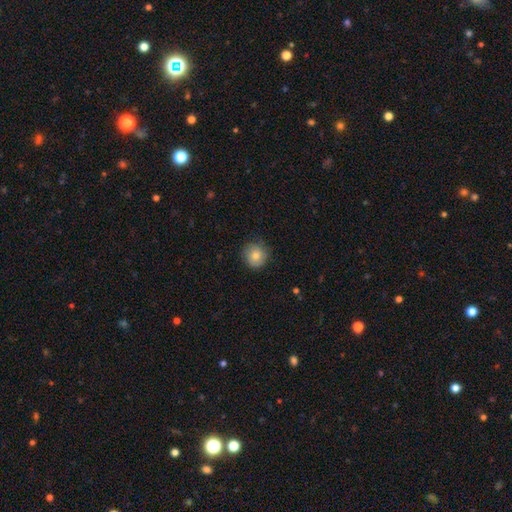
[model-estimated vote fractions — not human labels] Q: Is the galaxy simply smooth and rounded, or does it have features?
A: smooth — 78%.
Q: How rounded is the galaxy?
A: round — 92%.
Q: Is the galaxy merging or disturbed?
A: none — 80%.